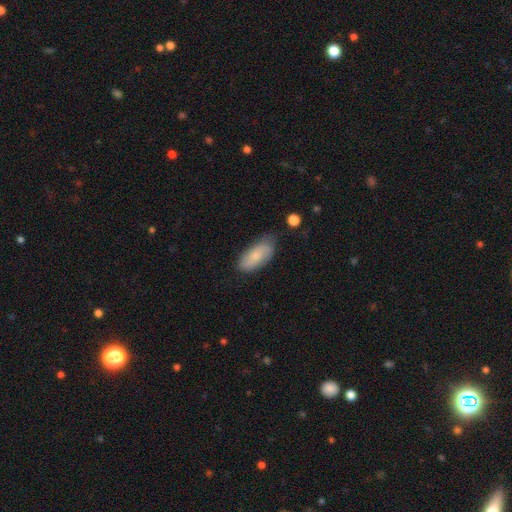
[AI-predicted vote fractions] smooth_or_featured: smooth (p=0.71) [alt: featured or disk p=0.22]
how_rounded: in between (p=0.85) [alt: cigar-shaped p=0.13]
merging: none (p=0.71) [alt: minor disturbance p=0.22]